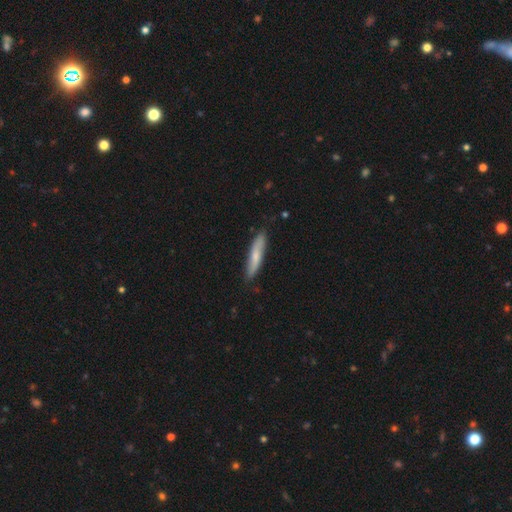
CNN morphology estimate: smooth_or_featured: smooth (p=0.64) [alt: featured or disk p=0.31]
how_rounded: cigar-shaped (p=0.85) [alt: in between p=0.13]
merging: none (p=0.83) [alt: minor disturbance p=0.14]